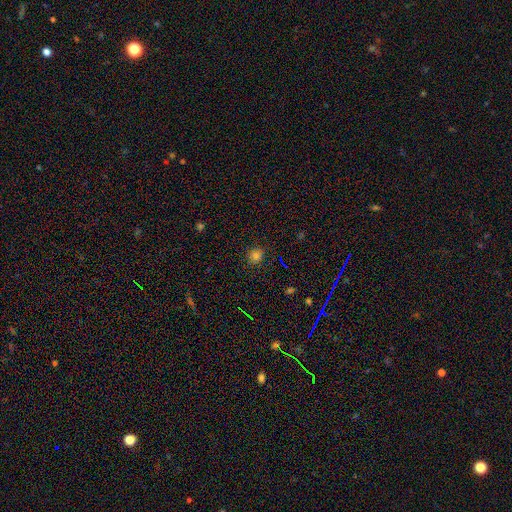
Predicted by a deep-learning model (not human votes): smooth_or_featured: smooth (p=0.77) [alt: star or artifact p=0.18]
how_rounded: round (p=0.81) [alt: in between p=0.18]
merging: none (p=0.87) [alt: minor disturbance p=0.09]